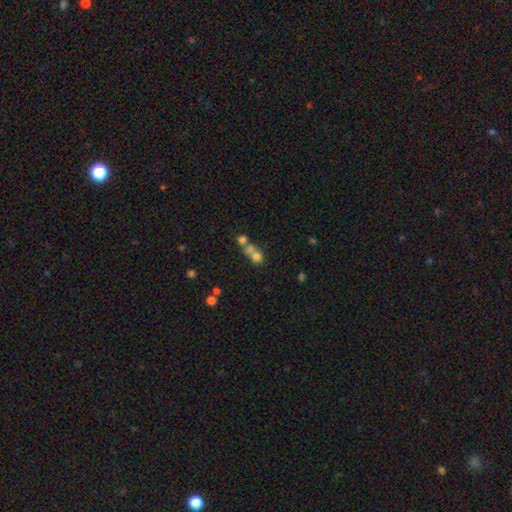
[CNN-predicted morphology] The model was most divided on "merging": merger: 60%, none: 27%, minor disturbance: 7%, major disturbance: 6%. More confident: how rounded — round (69%); smooth or featured — smooth (65%).